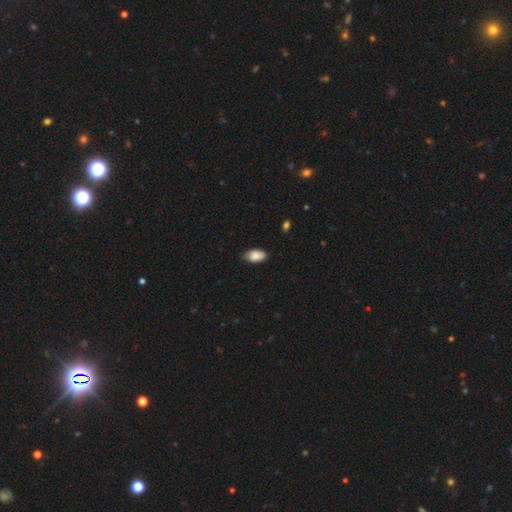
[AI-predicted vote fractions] smooth 87%, star or artifact 7%, featured or disk 6%. Down the decision tree: how rounded — in between (94%); merging — none (78%).